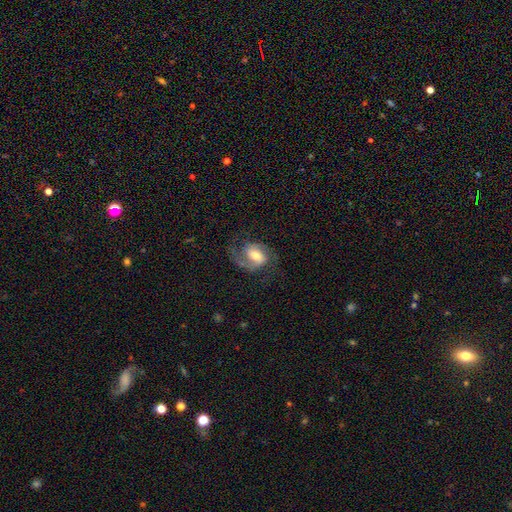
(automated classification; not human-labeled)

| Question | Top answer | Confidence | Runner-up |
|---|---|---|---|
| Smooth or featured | featured or disk | 77% | smooth (16%) |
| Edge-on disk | no | 97% | yes (3%) |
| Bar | weak | 46% | no (30%) |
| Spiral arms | yes | 95% | no (5%) |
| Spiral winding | medium | 51% | loose (28%) |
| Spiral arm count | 2 | 79% | 1 (13%) |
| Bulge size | moderate | 62% | small (21%) |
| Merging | none | 65% | minor disturbance (17%) |